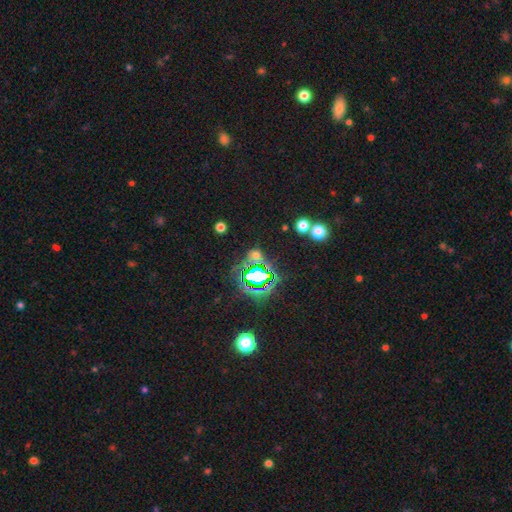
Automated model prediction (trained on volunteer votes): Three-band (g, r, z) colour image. It shows a star or artifact, not a galaxy (59%).